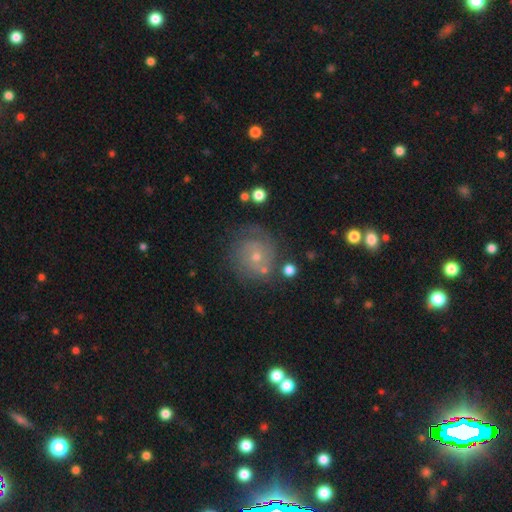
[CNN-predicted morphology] smooth_or_featured: featured or disk (p=0.50) [alt: smooth p=0.37]
merging: none (p=0.66) [alt: minor disturbance p=0.18]